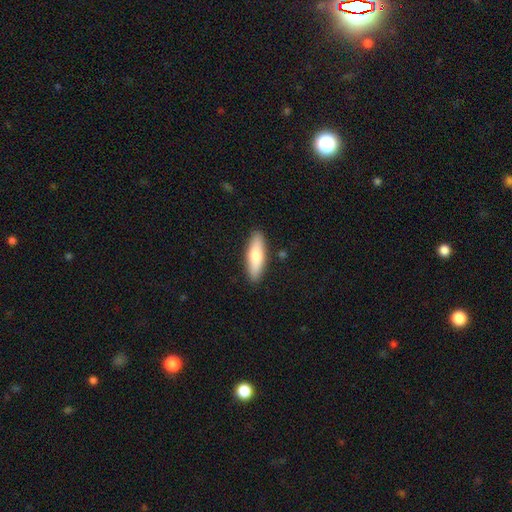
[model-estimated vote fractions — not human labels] A smooth galaxy with no disk features (73%) that is cigar-shaped (59%). Merging: none (89%).